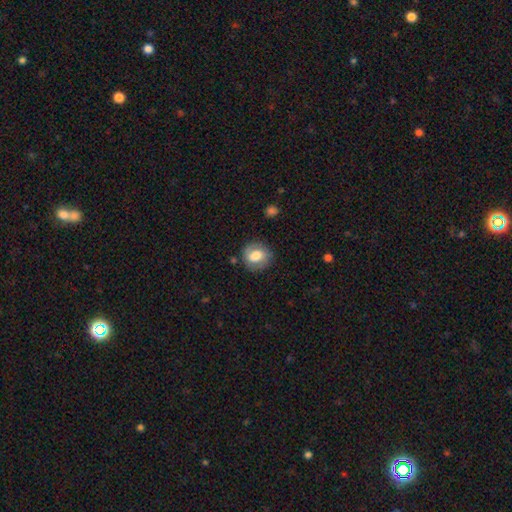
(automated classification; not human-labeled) A smooth galaxy with no disk features (66%) that is round (73%).

Vote fractions:
- Smooth or featured? smooth: 66% / featured or disk: 26% / star or artifact: 8%
- How rounded? round: 73% / in between: 26% / cigar-shaped: 1%
- Merging? none: 79% / minor disturbance: 14% / major disturbance: 5% / merger: 2%